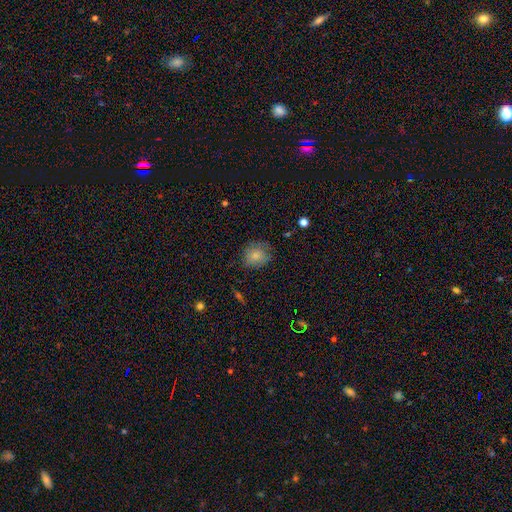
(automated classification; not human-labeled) Smooth or featured? Predicted: smooth (p=0.81). How rounded? Predicted: round (p=0.71). Merging? Predicted: none (p=0.72).